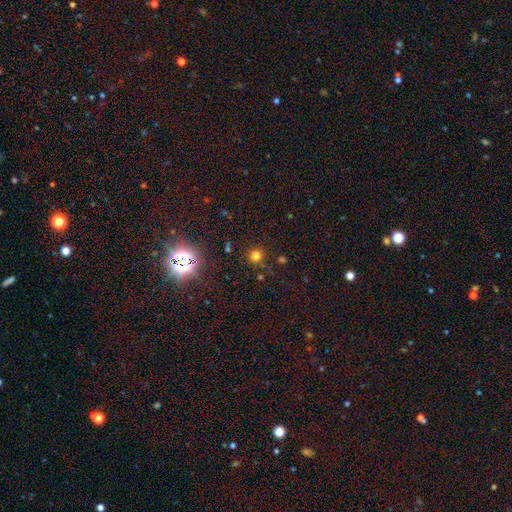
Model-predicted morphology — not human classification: Overall: smooth (70%). How rounded: round (94%). Merging: none (86%).